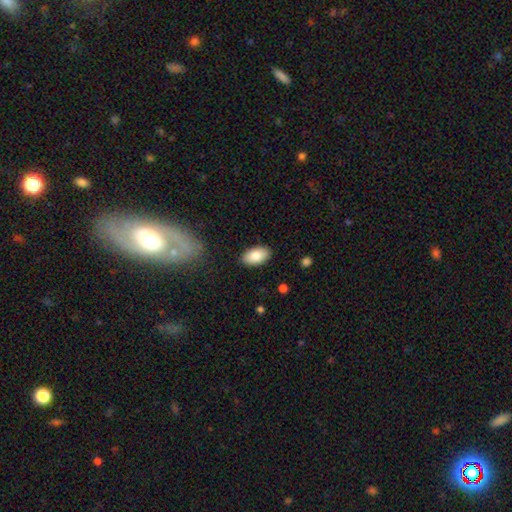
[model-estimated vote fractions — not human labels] Morphology: type=smooth (85%); roundness=in between (94%); merging=none (87%).